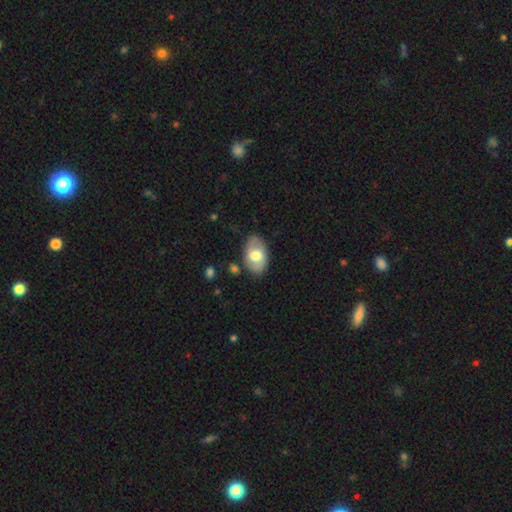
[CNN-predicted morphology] Smooth or featured? Predicted: smooth (p=0.55). How rounded? Predicted: in between (p=0.91). Merging? Predicted: none (p=0.78).